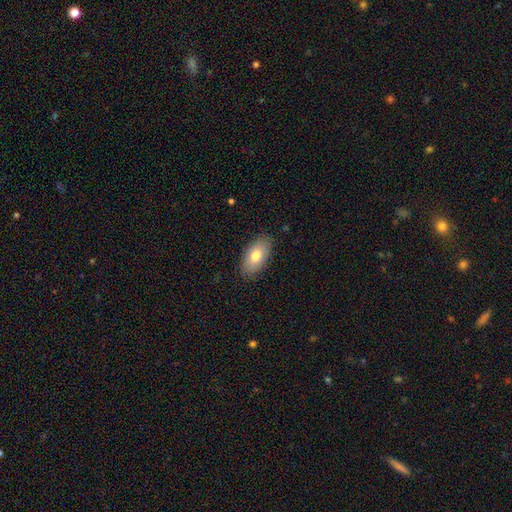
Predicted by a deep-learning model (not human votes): The model was most divided on "smooth or featured": smooth: 77%, featured or disk: 16%, star or artifact: 6%. More confident: how rounded — in between (93%); merging — none (85%).